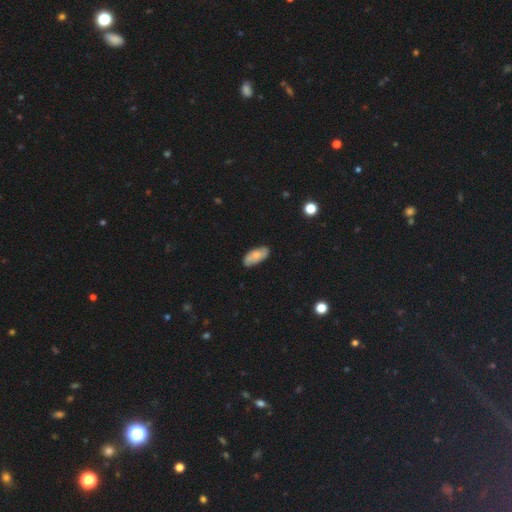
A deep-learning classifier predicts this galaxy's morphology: Smooth or featured? Predicted: smooth (p=0.69). How rounded? Predicted: in between (p=0.88). Merging? Predicted: none (p=0.81).